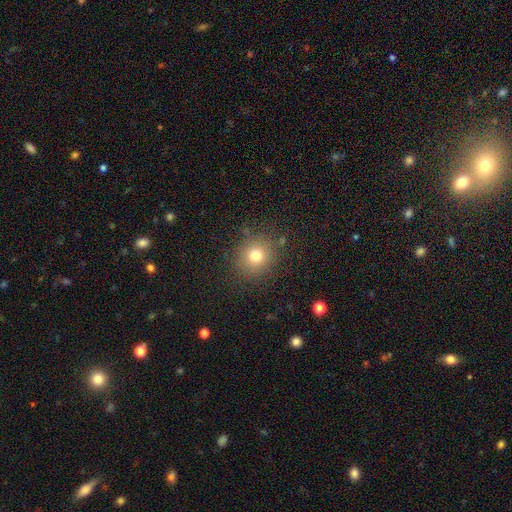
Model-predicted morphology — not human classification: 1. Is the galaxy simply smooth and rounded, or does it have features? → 75% smooth, 16% star or artifact, 9% featured or disk.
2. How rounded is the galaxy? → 85% round, 14% in between, 1% cigar-shaped.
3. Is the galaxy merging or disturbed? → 84% none, 10% minor disturbance, 4% major disturbance, 2% merger.